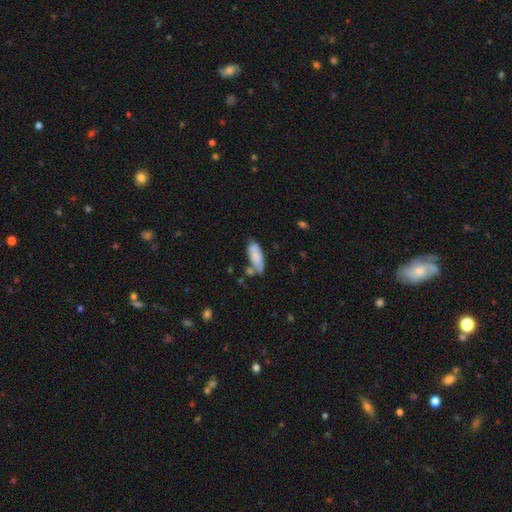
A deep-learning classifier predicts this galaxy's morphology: Overall: smooth (78%). How rounded: in between (76%). Merging: none (50%; minor disturbance 26%).